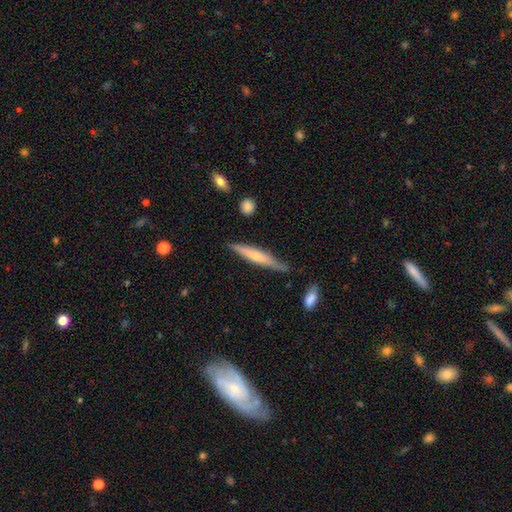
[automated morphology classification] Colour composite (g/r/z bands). It shows a smooth galaxy with no disk features (50%) that is cigar-shaped (92%). Merging: none (76%).